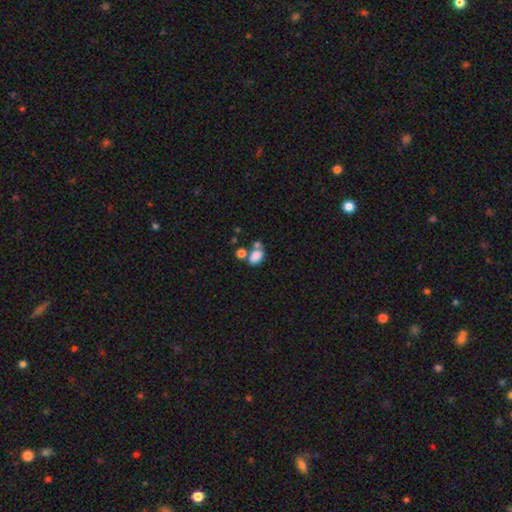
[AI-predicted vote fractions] Q: Smooth or featured?
A: smooth (80%); runner-up: star or artifact (11%)
Q: How rounded?
A: in between (79%); runner-up: round (19%)
Q: Merging?
A: merger (40%); runner-up: none (38%)